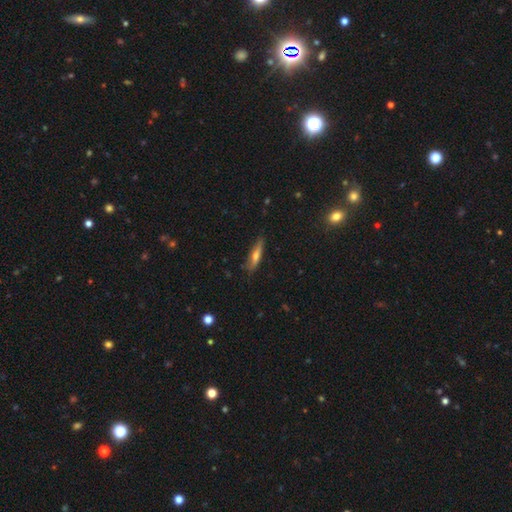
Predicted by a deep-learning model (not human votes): The model was most divided on "smooth or featured": smooth: 57%, featured or disk: 36%, star or artifact: 7%. More confident: merging — none (80%); how rounded — cigar-shaped (77%).